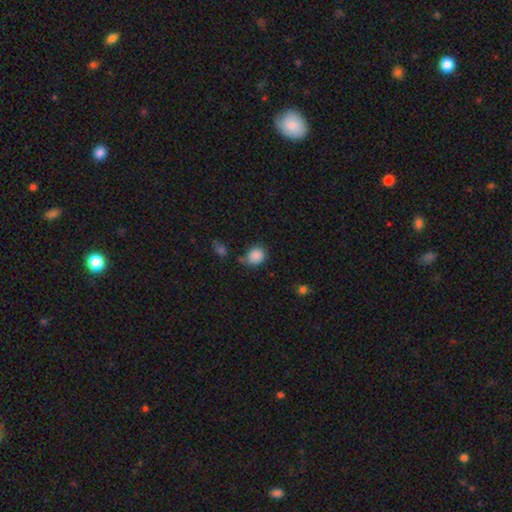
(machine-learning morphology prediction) type=smooth (87%); roundness=round (75%); merging=none (63%).